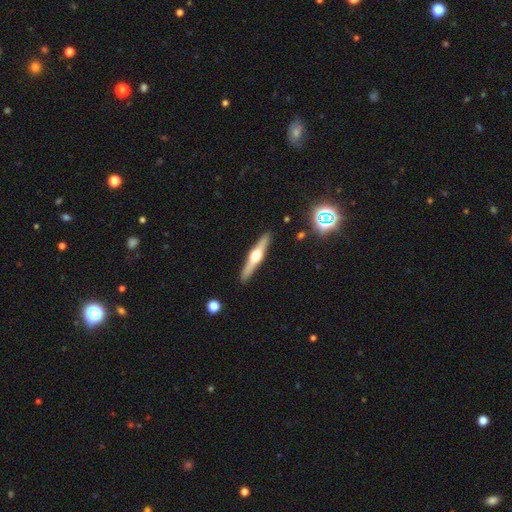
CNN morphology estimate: Overall: featured or disk (72%). Edge-on disk: yes (98%). Edge-on bulge: rounded (95%). Merging: none (91%).